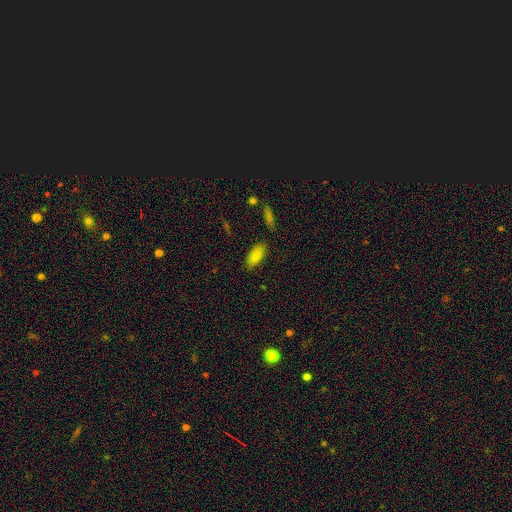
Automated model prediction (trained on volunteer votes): Smooth or featured? smooth (86%)
How rounded? in between (86%)
Merging? none (81%)